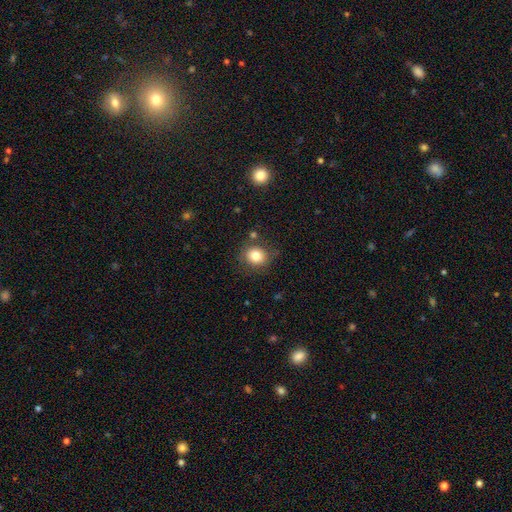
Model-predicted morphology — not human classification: Smooth or featured: smooth — 80% (star or artifact — 11%)
How rounded: round — 78% (in between — 21%)
Merging: none — 81% (minor disturbance — 12%)